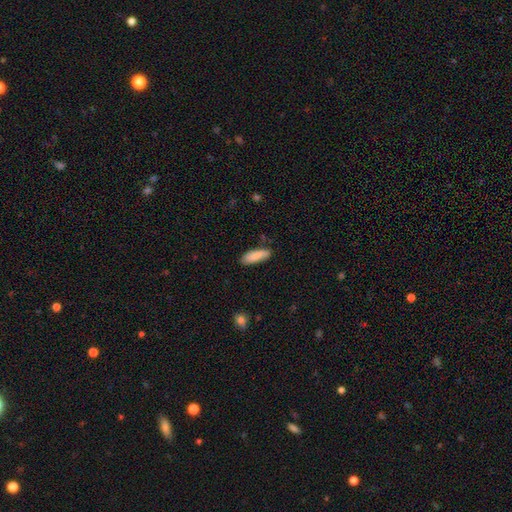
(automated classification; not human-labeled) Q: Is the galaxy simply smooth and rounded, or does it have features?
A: smooth — 85%.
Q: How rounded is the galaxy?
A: in between — 57%.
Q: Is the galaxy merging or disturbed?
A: none — 80%.